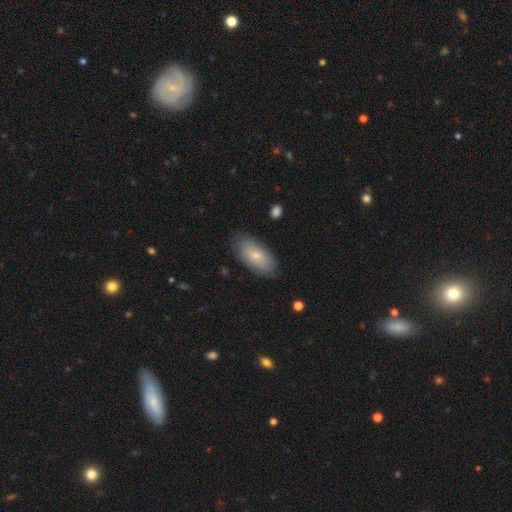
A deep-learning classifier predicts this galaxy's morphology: smooth-or-featured: smooth: 74% | featured or disk: 20% | star or artifact: 6%
  how-rounded: in between: 90% | cigar-shaped: 7% | round: 3%
  merging: none: 82% | minor disturbance: 14% | major disturbance: 3% | merger: 1%